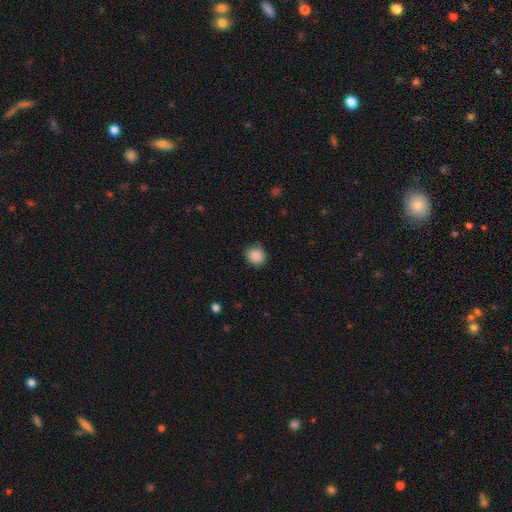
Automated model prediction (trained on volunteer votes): smooth 87%, star or artifact 9%, featured or disk 4%. Down the decision tree: how rounded — round (87%); merging — none (81%).